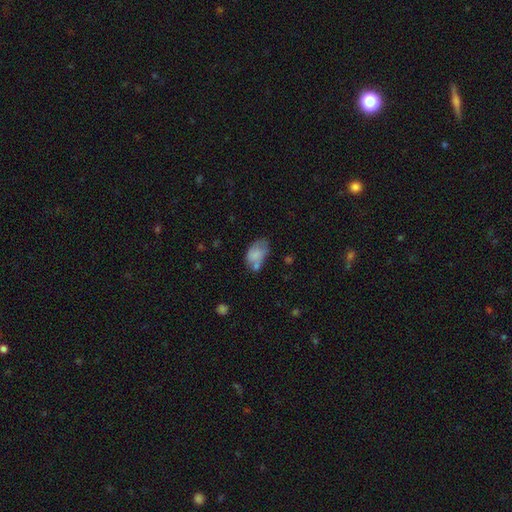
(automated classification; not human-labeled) The model was most divided on "merging": none: 37%, minor disturbance: 28%, merger: 21%, major disturbance: 14%. More confident: how rounded — in between (89%); smooth or featured — smooth (71%).